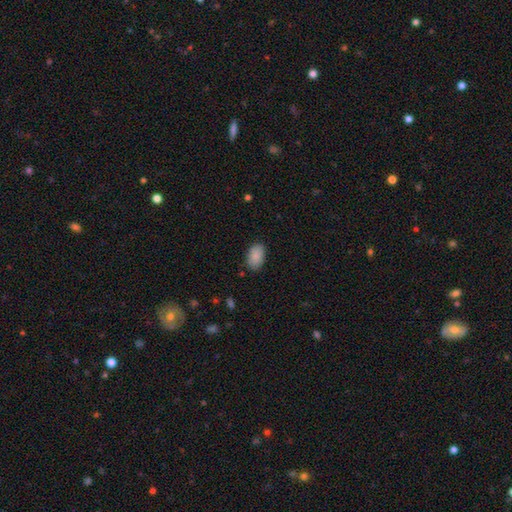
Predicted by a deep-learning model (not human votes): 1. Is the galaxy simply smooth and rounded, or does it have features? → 88% smooth, 7% star or artifact, 5% featured or disk.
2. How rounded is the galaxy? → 93% in between, 6% round, 1% cigar-shaped.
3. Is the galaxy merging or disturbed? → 85% none, 11% minor disturbance, 3% major disturbance, 1% merger.